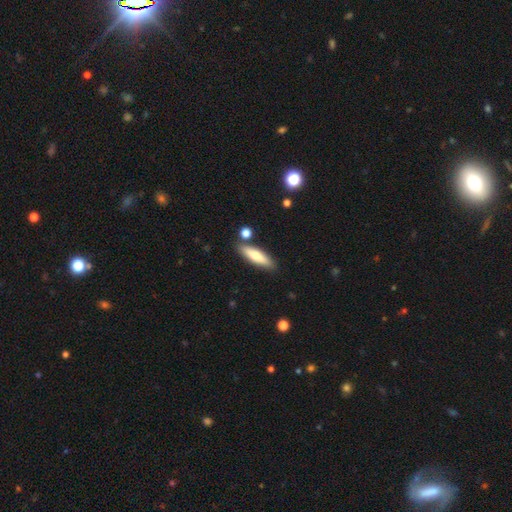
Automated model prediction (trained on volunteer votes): Q: Smooth or featured?
A: smooth (68%); runner-up: featured or disk (26%)
Q: How rounded?
A: cigar-shaped (65%); runner-up: in between (33%)
Q: Merging?
A: none (83%); runner-up: minor disturbance (10%)